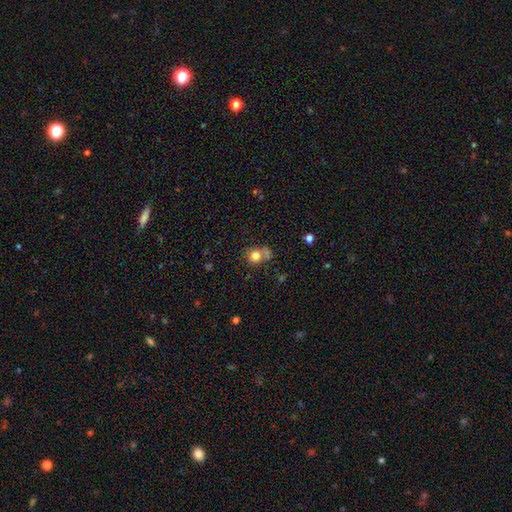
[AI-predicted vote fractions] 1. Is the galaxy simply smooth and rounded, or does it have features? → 78% smooth, 11% star or artifact, 11% featured or disk.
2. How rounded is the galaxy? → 76% round, 23% in between, 1% cigar-shaped.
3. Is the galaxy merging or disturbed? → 51% none, 27% merger, 15% minor disturbance, 6% major disturbance.